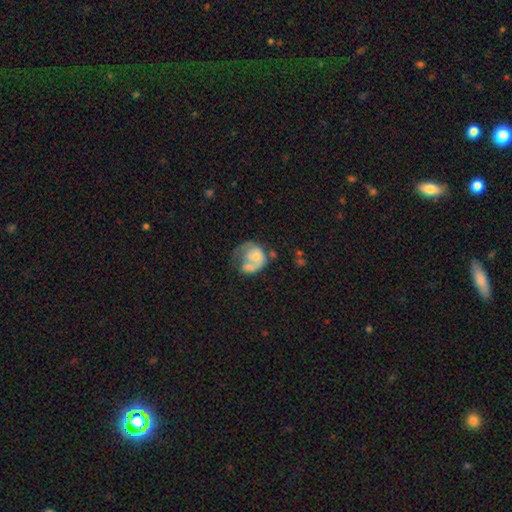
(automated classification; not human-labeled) Q: Smooth or featured?
A: featured or disk (51%); runner-up: smooth (43%)
Q: Edge-on disk?
A: no (98%); runner-up: yes (2%)
Q: Merging?
A: major disturbance (32%); runner-up: merger (30%)